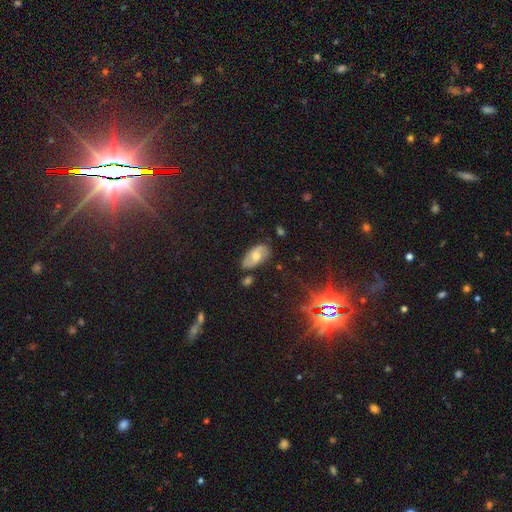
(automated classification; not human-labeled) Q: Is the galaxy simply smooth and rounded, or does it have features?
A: featured or disk — 46%.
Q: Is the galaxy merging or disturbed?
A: none — 77%.